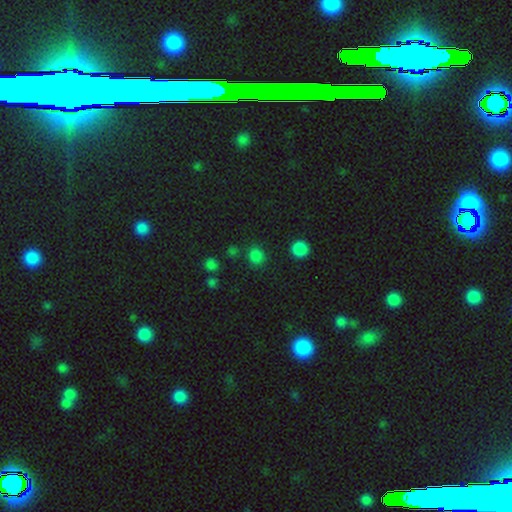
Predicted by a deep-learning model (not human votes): smooth 77%, star or artifact 19%, featured or disk 4%. Down the decision tree: how rounded — round (84%); merging — none (83%).